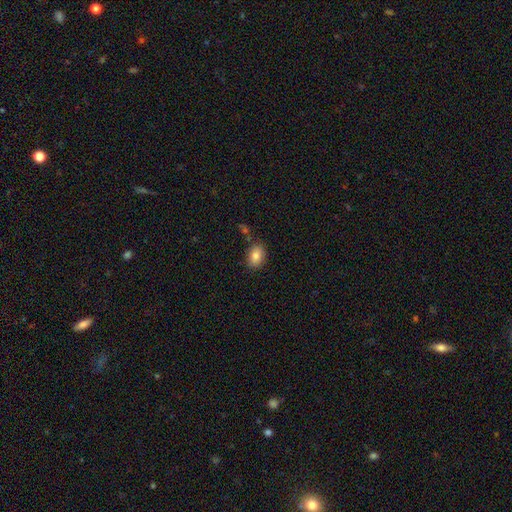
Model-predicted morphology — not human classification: This is clearly a smooth galaxy (84%). How rounded: likely in between (76%). Merging: clearly none (80%).